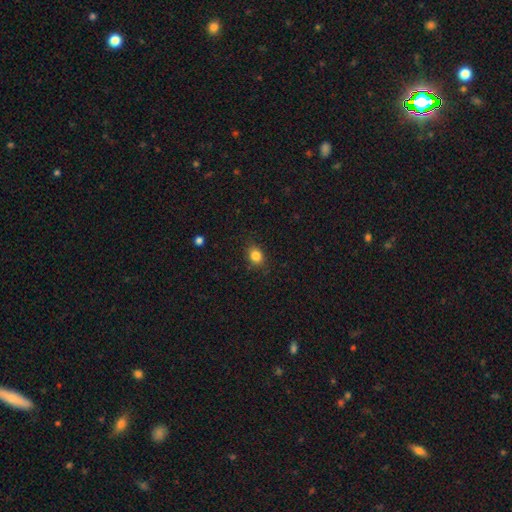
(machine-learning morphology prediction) Smooth or featured?
  - smooth: 84% *
  - star or artifact: 11%
  - featured or disk: 5%
How rounded?
  - round: 52% *
  - in between: 47%
  - cigar-shaped: 1%
Merging?
  - none: 84% *
  - minor disturbance: 12%
  - major disturbance: 3%
  - merger: 1%